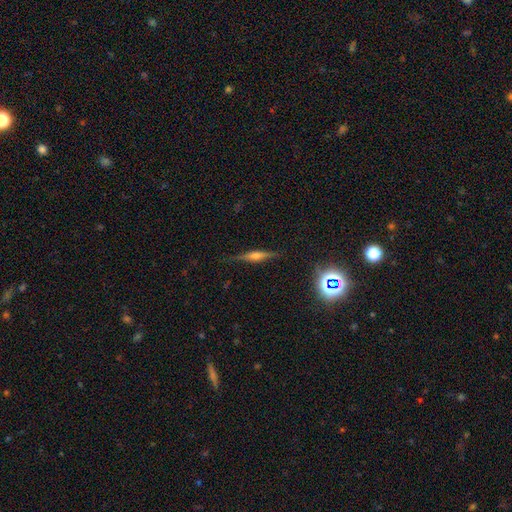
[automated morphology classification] This is likely a featured or disk galaxy (65%). It is clearly viewed edge-on (97%). Edge-on bulge: likely rounded (77%). Merging: clearly none (86%).